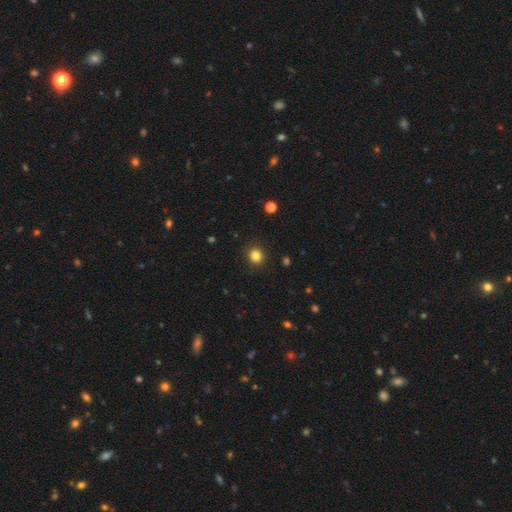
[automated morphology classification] smooth 83%, star or artifact 13%, featured or disk 4%. Down the decision tree: how rounded — round (87%); merging — none (91%).